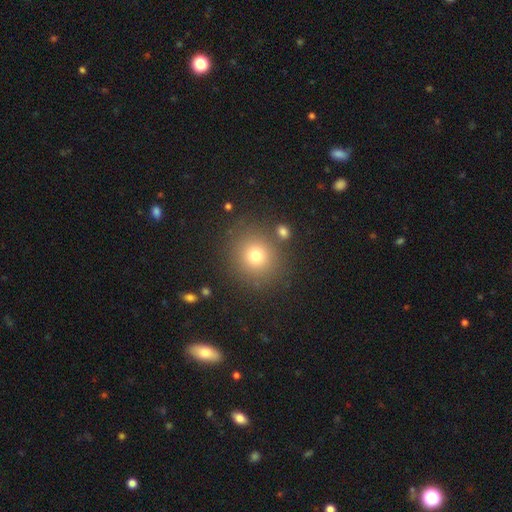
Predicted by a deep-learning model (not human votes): This appears to be a smooth galaxy with no disk features (75%) that is round (85%). Merging: none (83%).